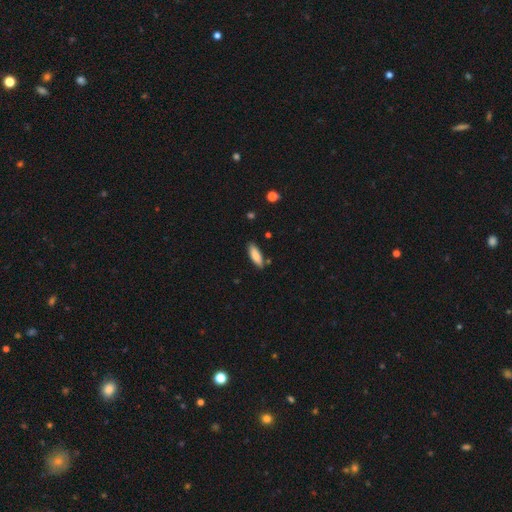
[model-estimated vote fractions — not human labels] smooth_or_featured: smooth (p=0.84) [alt: featured or disk p=0.10]
how_rounded: in between (p=0.55) [alt: cigar-shaped p=0.44]
merging: none (p=0.83) [alt: minor disturbance p=0.12]